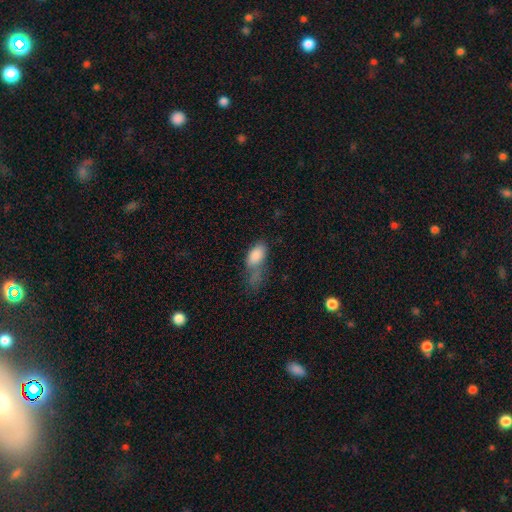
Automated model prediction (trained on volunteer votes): smooth_or_featured: smooth (p=0.82) [alt: featured or disk p=0.10]
how_rounded: in between (p=0.90) [alt: cigar-shaped p=0.05]
merging: major disturbance (p=0.31) [alt: none p=0.27]